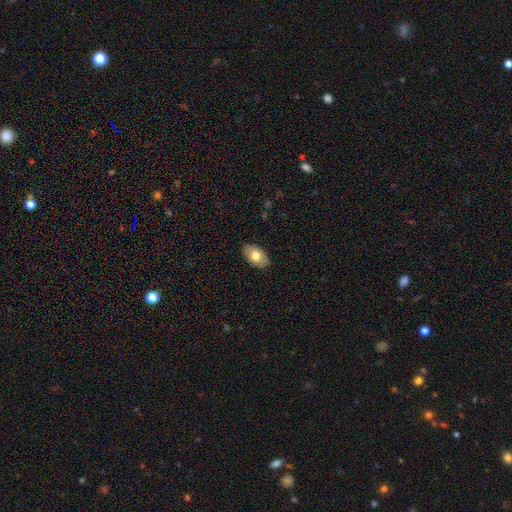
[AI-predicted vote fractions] Overall: smooth (71%). How rounded: in between (91%). Merging: none (86%).